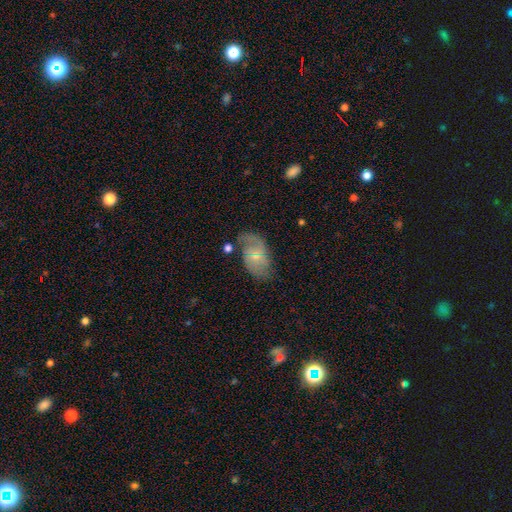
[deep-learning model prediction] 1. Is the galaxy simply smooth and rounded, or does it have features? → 64% featured or disk, 29% smooth, 7% star or artifact.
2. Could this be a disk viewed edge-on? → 96% no, 4% yes.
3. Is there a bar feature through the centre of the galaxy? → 49% no, 42% weak, 8% strong.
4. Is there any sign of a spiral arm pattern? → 85% yes, 15% no.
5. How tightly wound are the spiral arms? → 43% medium, 36% loose, 21% tight.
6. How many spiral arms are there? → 71% 2, 15% can't tell, 8% 1, 3% 3, 1% 4, 1% more than 4.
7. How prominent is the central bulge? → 70% small, 23% moderate, 4% none, 1% large, 1% dominant.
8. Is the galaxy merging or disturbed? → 57% none, 24% minor disturbance, 13% major disturbance, 5% merger.